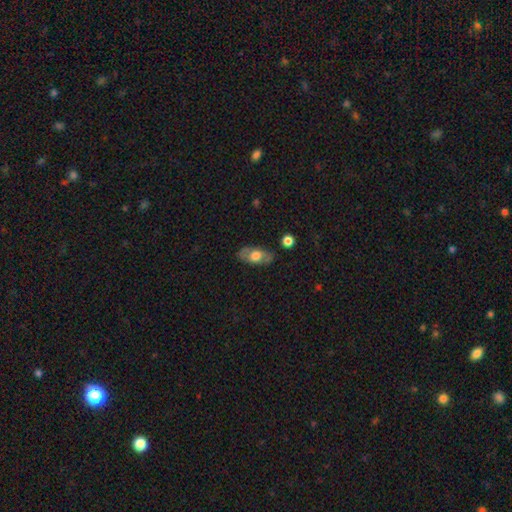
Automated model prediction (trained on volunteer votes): Overall: smooth (55%; featured or disk 38%). How rounded: in between (87%). Merging: none (80%).